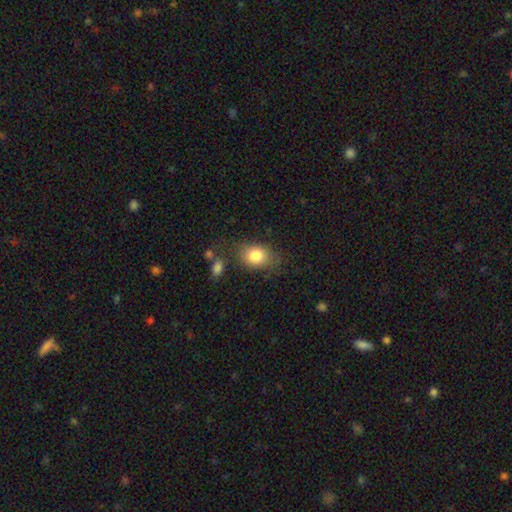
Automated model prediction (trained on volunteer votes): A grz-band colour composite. It shows a smooth galaxy with no disk features (82%) that is in between round and cigar-shaped (69%). Merging: none (71%).